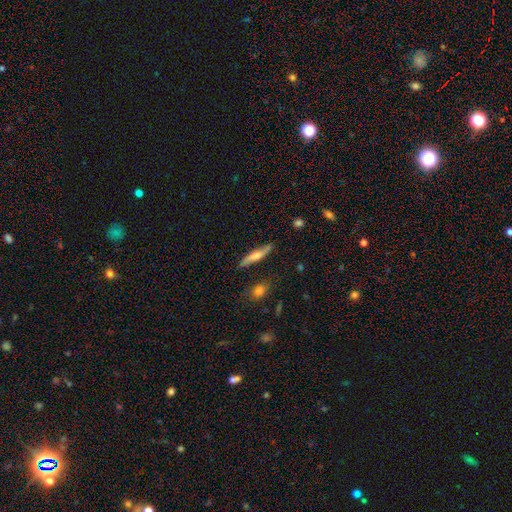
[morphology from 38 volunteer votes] This is likely a smooth galaxy (63%). How rounded: clearly cigar-shaped (88%). Merging: likely none (74%).